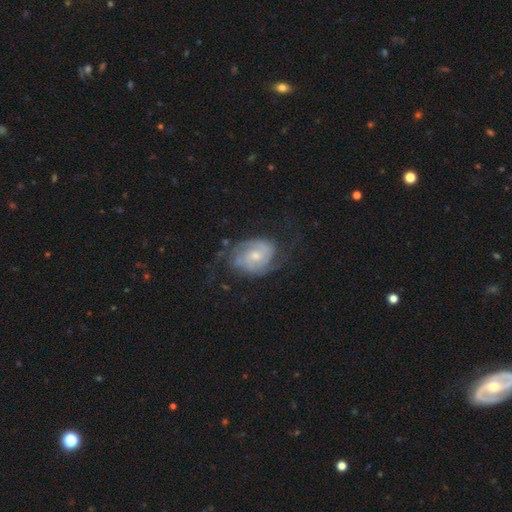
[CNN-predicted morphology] Smooth or featured? Predicted: featured or disk (p=0.82). Edge-on disk? Predicted: no (p=0.97). Bar? Predicted: no (p=0.60). Spiral arms? Predicted: yes (p=0.94). Spiral winding? Predicted: tight (p=0.48). Spiral arm count? Predicted: 2 (p=0.69). Bulge size? Predicted: moderate (p=0.52). Merging? Predicted: none (p=0.62).